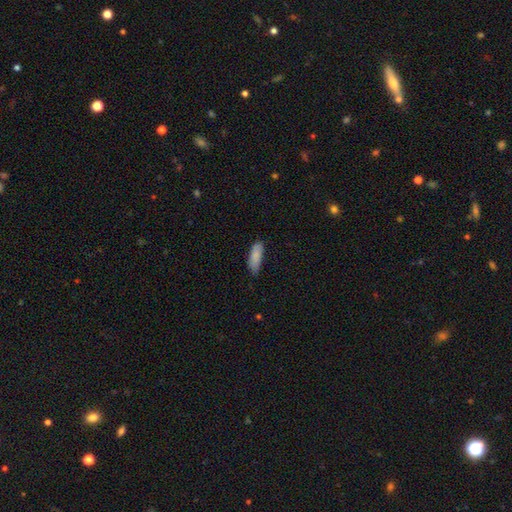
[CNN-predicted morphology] Smooth or featured: smooth — 86% (featured or disk — 8%)
How rounded: in between — 66% (cigar-shaped — 33%)
Merging: none — 68% (minor disturbance — 26%)